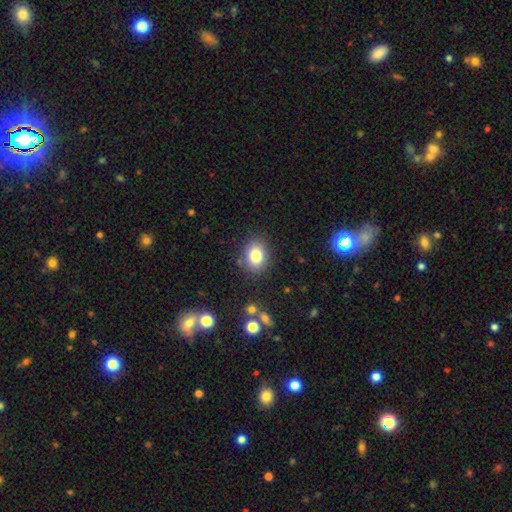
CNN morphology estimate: A smooth galaxy with no disk features (81%) that is round (52%). Merging: none (84%).